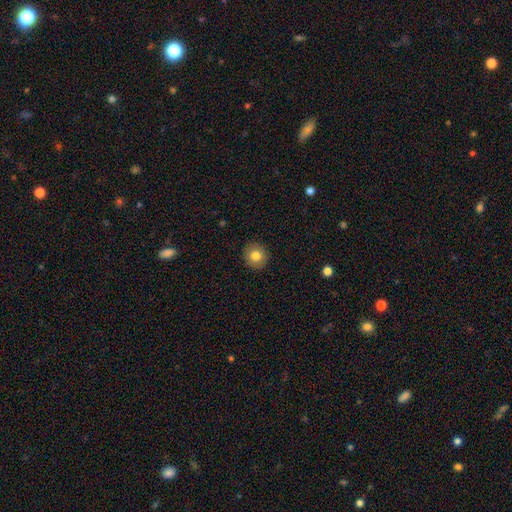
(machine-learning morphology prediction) smooth_or_featured: smooth (p=0.81) [alt: featured or disk p=0.10]
how_rounded: round (p=0.91) [alt: in between p=0.08]
merging: none (p=0.91) [alt: minor disturbance p=0.06]